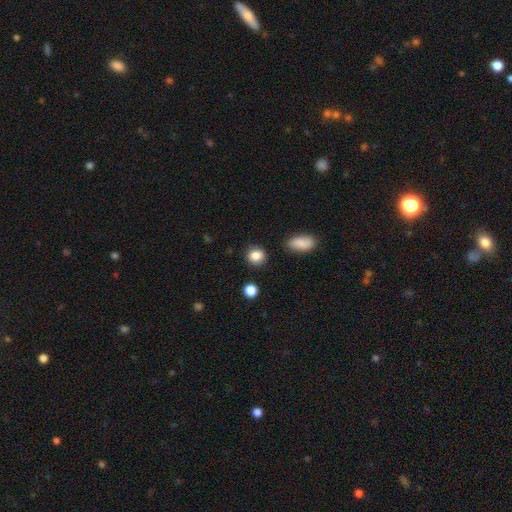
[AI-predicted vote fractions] A smooth galaxy with no disk features (85%) that is round (74%).

Vote fractions:
- Smooth or featured? smooth: 85% / star or artifact: 10% / featured or disk: 5%
- How rounded? round: 74% / in between: 25% / cigar-shaped: 1%
- Merging? none: 84% / minor disturbance: 10% / merger: 3% / major disturbance: 3%